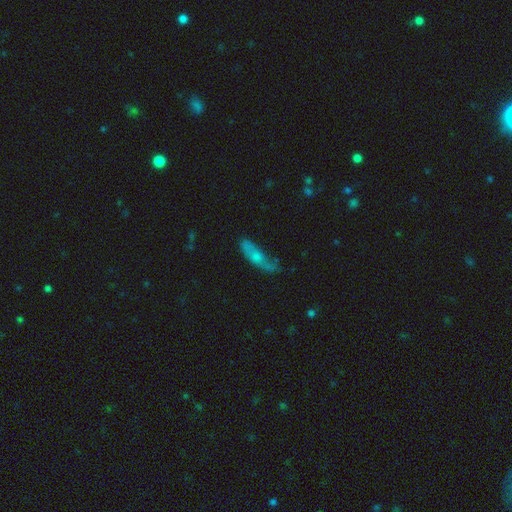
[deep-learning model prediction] Smooth or featured? smooth (51%)
How rounded? cigar-shaped (51%)
Merging? none (44%)